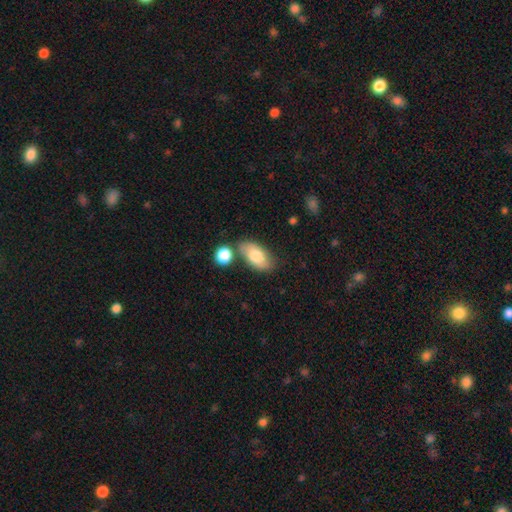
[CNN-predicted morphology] Smooth or featured: smooth — 73% (featured or disk — 20%)
How rounded: in between — 92% (round — 5%)
Merging: none — 63% (minor disturbance — 17%)